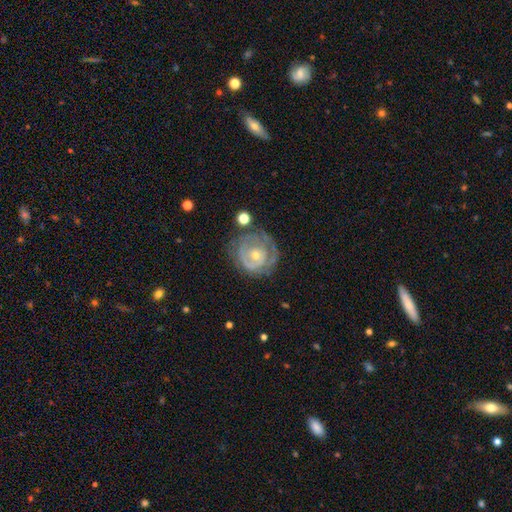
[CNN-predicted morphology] smooth-or-featured: featured or disk: 74% | smooth: 19% | star or artifact: 7%
  disk-edge-on: no: 97% | yes: 3%
    bar: no: 79% | weak: 17% | strong: 4%
    has-spiral-arms: yes: 72% | no: 28%
      spiral-winding: tight: 72% | medium: 20% | loose: 8%
      spiral-arm-count: can't tell: 43% | 2: 29% | 3: 11% | 1: 11% | 4: 4% | more than 4: 3%
    bulge-size: small: 59% | moderate: 37% | large: 2% | none: 1% | dominant: 1%
  merging: none: 65% | minor disturbance: 21% | major disturbance: 11% | merger: 3%